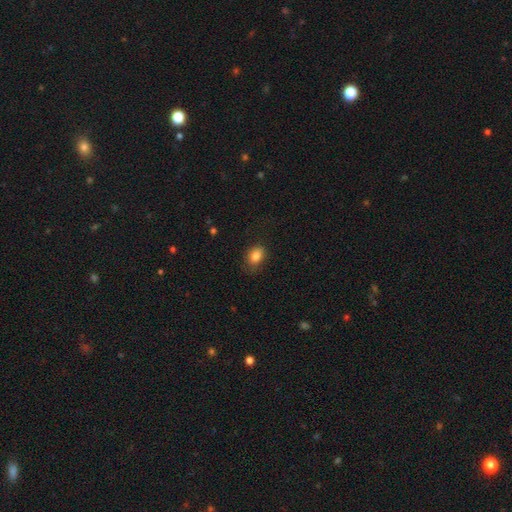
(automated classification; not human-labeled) smooth-or-featured: smooth: 84% | star or artifact: 9% | featured or disk: 7%
  how-rounded: in between: 75% | round: 23% | cigar-shaped: 1%
  merging: none: 76% | minor disturbance: 18% | major disturbance: 5% | merger: 1%